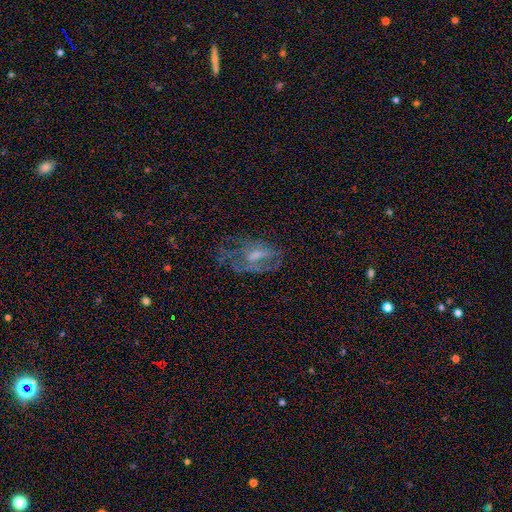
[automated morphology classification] A featured or disk galaxy (59%) with no bar (53%), no spiral arms (52%) and a moderate central bulge (40%). Merging: none (43%).